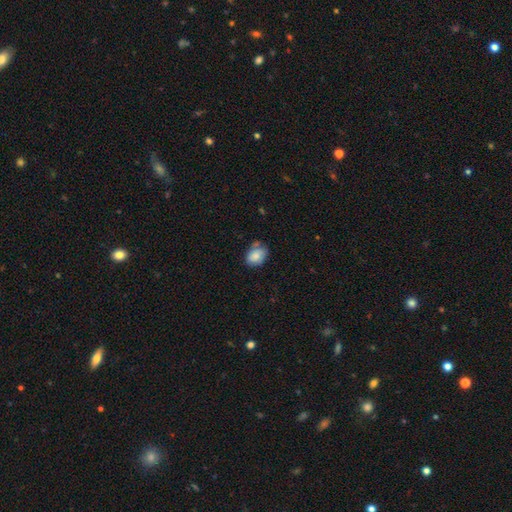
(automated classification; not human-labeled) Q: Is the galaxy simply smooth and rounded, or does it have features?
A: smooth — 78%.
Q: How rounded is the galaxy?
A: in between — 71%.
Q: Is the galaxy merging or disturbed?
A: none — 54%.